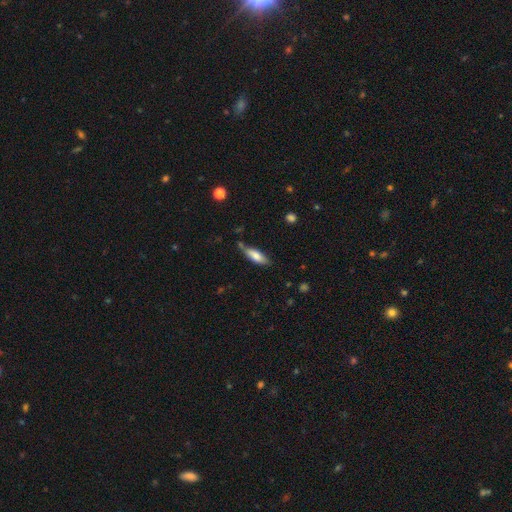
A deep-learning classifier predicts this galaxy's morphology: A smooth galaxy with no disk features (69%) that is in between round and cigar-shaped (51%).

Vote fractions:
- Smooth or featured? smooth: 69% / featured or disk: 24% / star or artifact: 6%
- How rounded? in between: 51% / cigar-shaped: 47% / round: 2%
- Merging? none: 68% / minor disturbance: 21% / merger: 6% / major disturbance: 5%